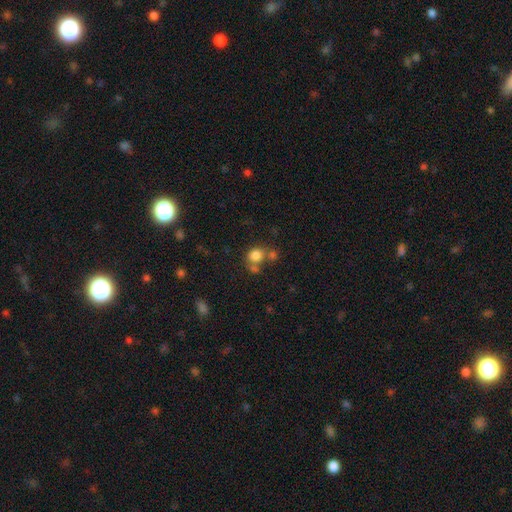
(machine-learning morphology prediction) The model was most divided on "merging": none: 52%, merger: 31%, minor disturbance: 11%, major disturbance: 6%. More confident: smooth or featured — smooth (80%); how rounded — round (78%).